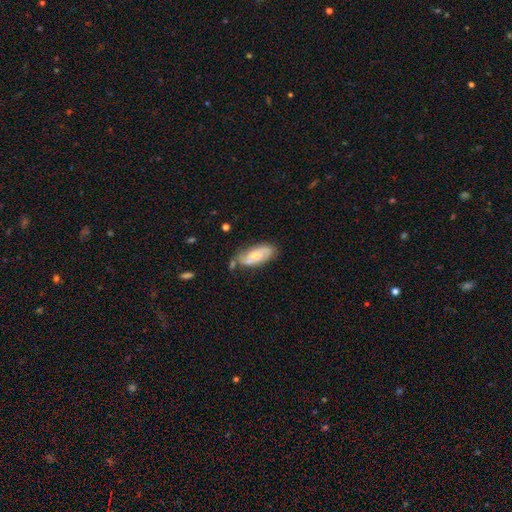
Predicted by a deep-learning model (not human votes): Smooth or featured?
  - featured or disk: 56% *
  - smooth: 38%
  - star or artifact: 7%
Edge-on disk?
  - no: 91% *
  - yes: 9%
Bar?
  - no: 63% *
  - weak: 30%
  - strong: 7%
Spiral arms?
  - yes: 84% *
  - no: 16%
Bulge size?
  - small: 54% *
  - moderate: 36%
  - none: 6%
  - large: 3%
  - dominant: 1%
Merging?
  - none: 61% *
  - minor disturbance: 24%
  - merger: 8%
  - major disturbance: 7%